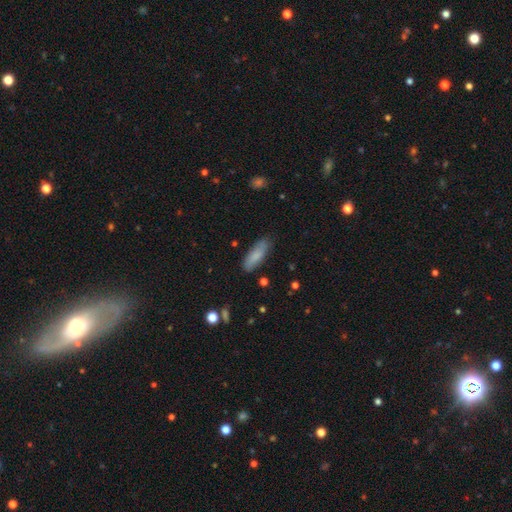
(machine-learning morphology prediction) smooth-or-featured: smooth: 80% | featured or disk: 14% | star or artifact: 6%
  how-rounded: in between: 59% | cigar-shaped: 39% | round: 2%
  merging: none: 81% | minor disturbance: 15% | major disturbance: 3% | merger: 2%